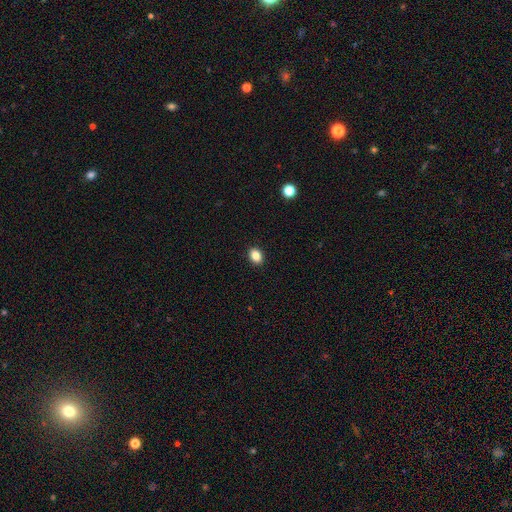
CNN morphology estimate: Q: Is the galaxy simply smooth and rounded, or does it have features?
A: smooth — 85%.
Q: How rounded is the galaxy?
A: in between — 64%.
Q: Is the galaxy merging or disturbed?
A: none — 91%.